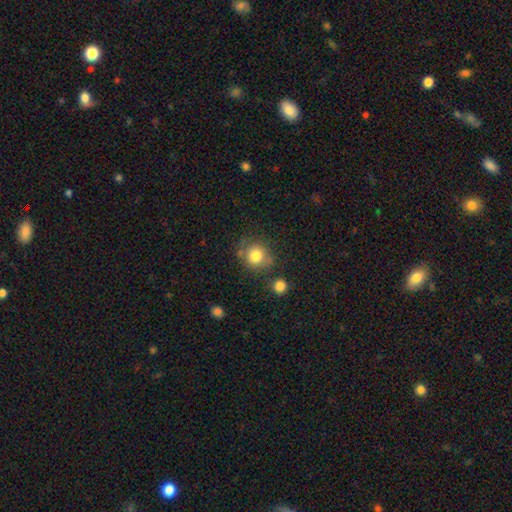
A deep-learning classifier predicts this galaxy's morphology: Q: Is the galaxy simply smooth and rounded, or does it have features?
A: smooth — 81%.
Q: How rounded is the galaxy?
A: round — 87%.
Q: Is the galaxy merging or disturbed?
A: none — 72%.